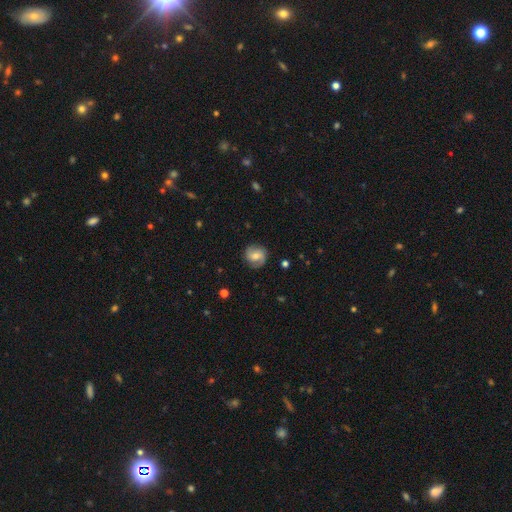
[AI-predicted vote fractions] This appears to be a featured or disk galaxy (59%) with no bar (49%), 2 (81%) medium (43%) spiral arms (90%) and a moderate central bulge (61%). Merging: none (84%).